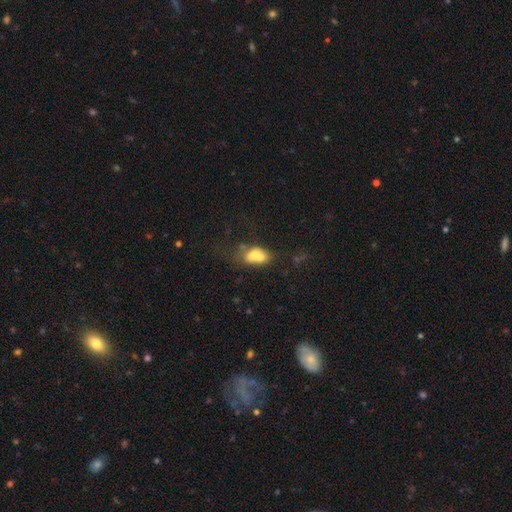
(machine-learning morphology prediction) Smooth or featured? Predicted: smooth (p=0.62). How rounded? Predicted: in between (p=0.71). Merging? Predicted: merger (p=0.60).